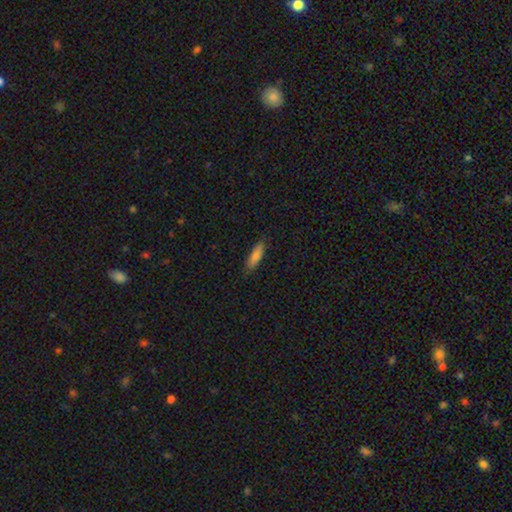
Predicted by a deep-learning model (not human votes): Morphology: type=smooth (79%); roundness=cigar-shaped (60%); merging=none (83%).